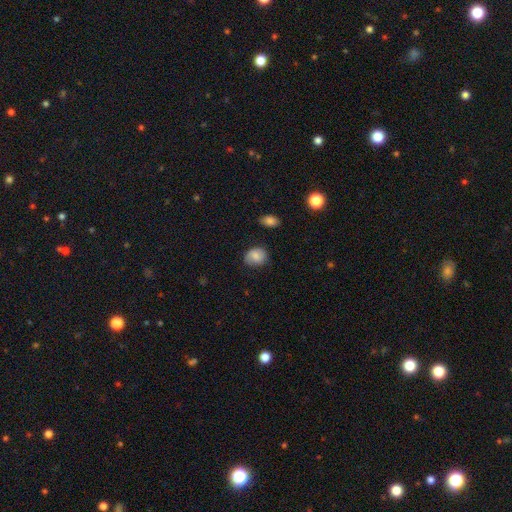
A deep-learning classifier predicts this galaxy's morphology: This appears to be a smooth galaxy with no disk features (78%) that is round (51%). Merging: none (72%).